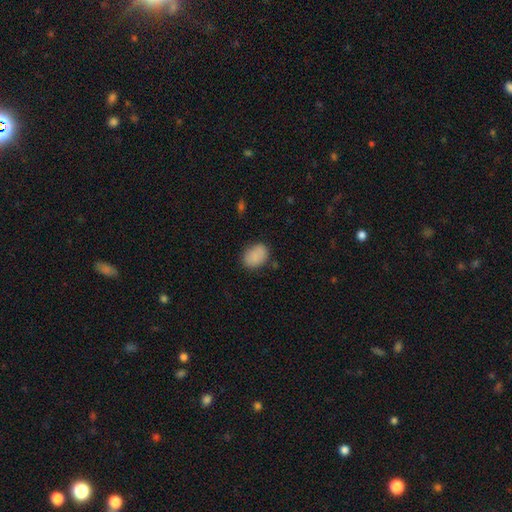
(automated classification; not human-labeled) Morphology: type=smooth (87%); roundness=in between (72%); merging=none (78%).